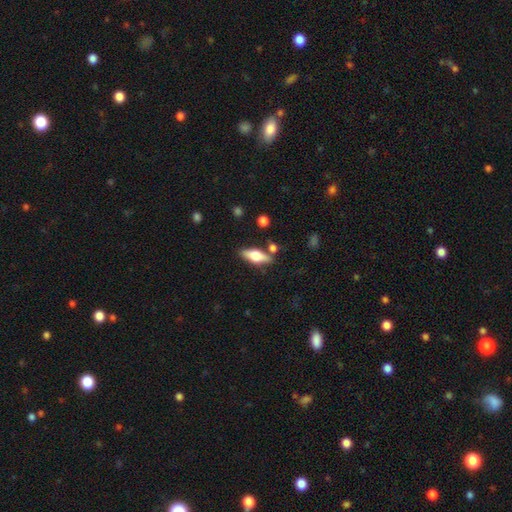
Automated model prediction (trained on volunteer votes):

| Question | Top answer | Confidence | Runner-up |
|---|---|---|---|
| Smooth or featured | smooth | 47% | featured or disk (46%) |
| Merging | none | 79% | minor disturbance (12%) |